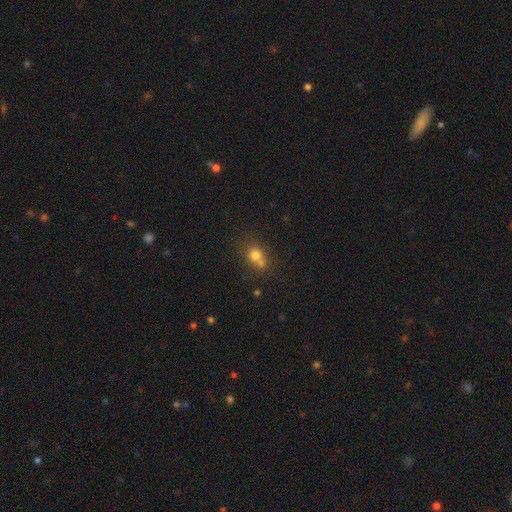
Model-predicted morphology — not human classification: smooth_or_featured: smooth (p=0.73) [alt: star or artifact p=0.14]
how_rounded: round (p=0.76) [alt: in between p=0.23]
merging: merger (p=0.45) [alt: none p=0.42]